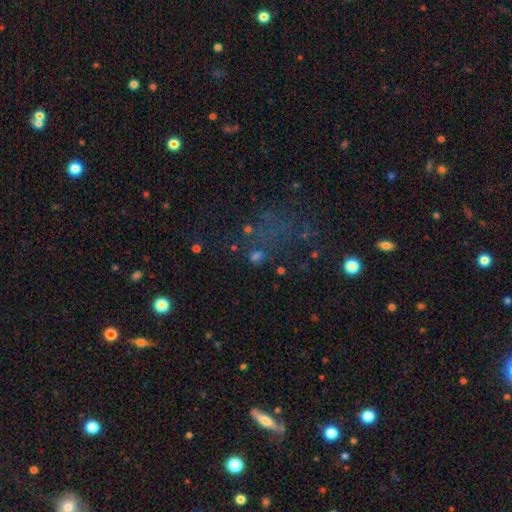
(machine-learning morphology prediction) Overall: smooth (42%; star or artifact 41%). Merging: none (50%; major disturbance 22%).